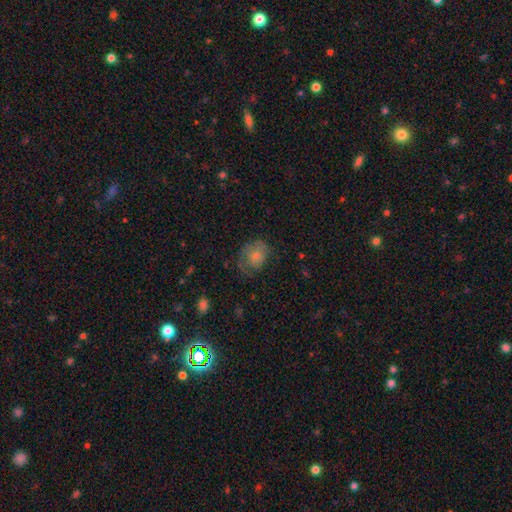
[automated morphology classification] Smooth or featured: smooth — 66% (featured or disk — 24%)
How rounded: round — 50% (in between — 49%)
Merging: none — 46% (minor disturbance — 30%)